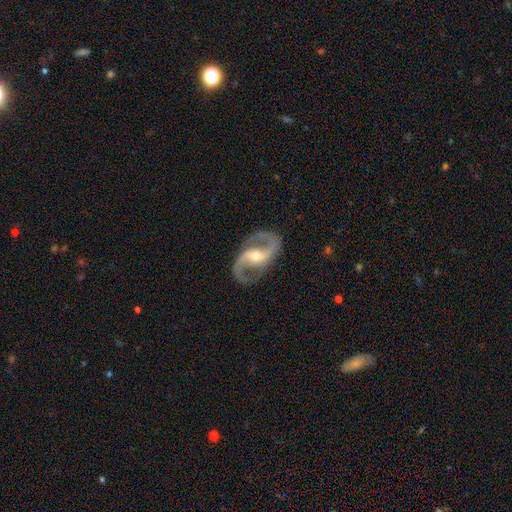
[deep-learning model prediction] A featured or disk galaxy (93%) with a strong bar (38%, tied with weak), 2 (94%) medium (59%) spiral arms (98%) and a moderate central bulge (58%). Merging: none (85%).